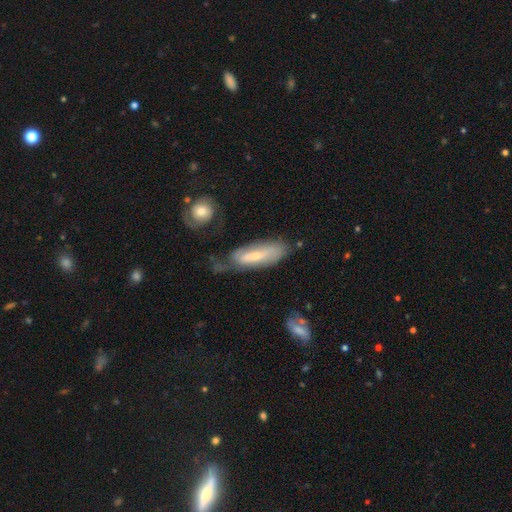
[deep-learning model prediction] A featured or disk galaxy (48%).

Vote fractions:
- Smooth or featured? featured or disk: 48% / smooth: 45% / star or artifact: 7%
- Merging? none: 46% / minor disturbance: 30% / major disturbance: 17% / merger: 7%